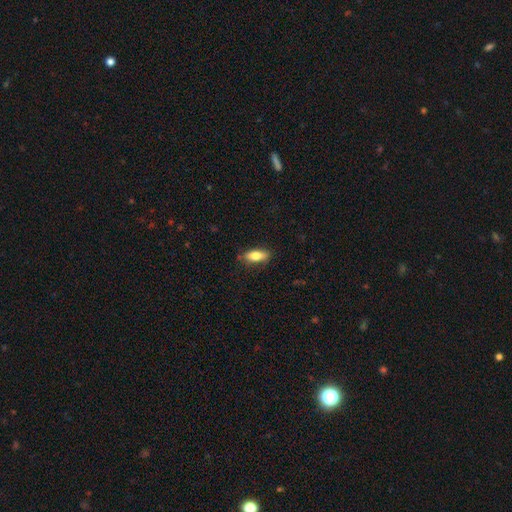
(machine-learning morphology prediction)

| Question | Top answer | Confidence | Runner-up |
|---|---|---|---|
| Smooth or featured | smooth | 76% | featured or disk (17%) |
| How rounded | in between | 73% | cigar-shaped (25%) |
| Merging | none | 81% | minor disturbance (15%) |